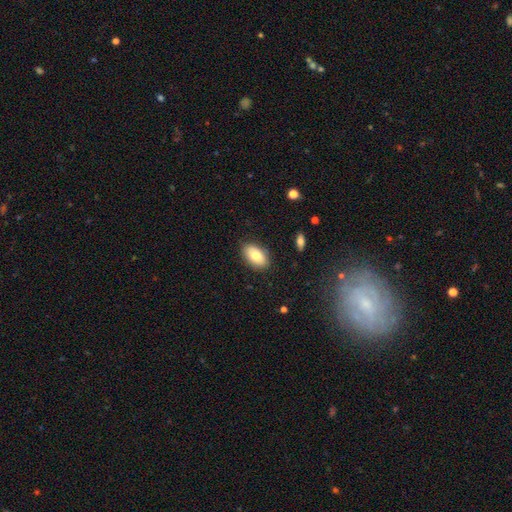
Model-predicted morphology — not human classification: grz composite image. It shows a smooth galaxy with no disk features (78%) that is in between round and cigar-shaped (92%). Merging: none (85%).